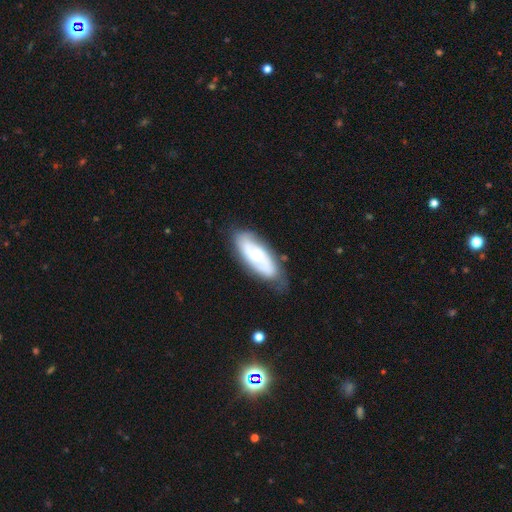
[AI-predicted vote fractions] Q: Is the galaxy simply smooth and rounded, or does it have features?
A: featured or disk — 64%.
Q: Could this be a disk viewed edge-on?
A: no — 89%.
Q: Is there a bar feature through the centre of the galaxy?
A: no — 70%.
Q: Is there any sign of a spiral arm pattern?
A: yes — 77%.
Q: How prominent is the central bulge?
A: small — 48%.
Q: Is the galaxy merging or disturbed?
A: none — 75%.